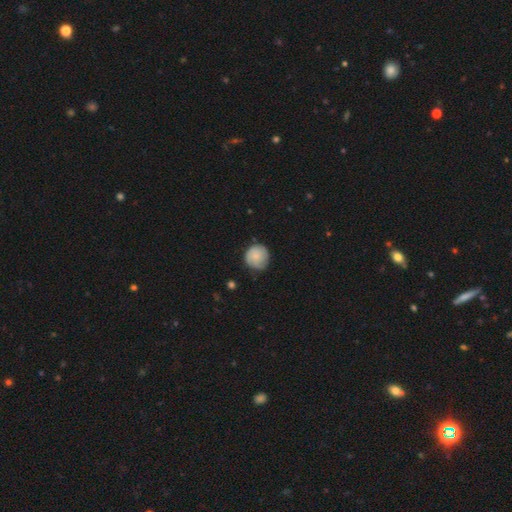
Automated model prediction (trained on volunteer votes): Smooth or featured? smooth (64%)
How rounded? round (90%)
Merging? none (69%)